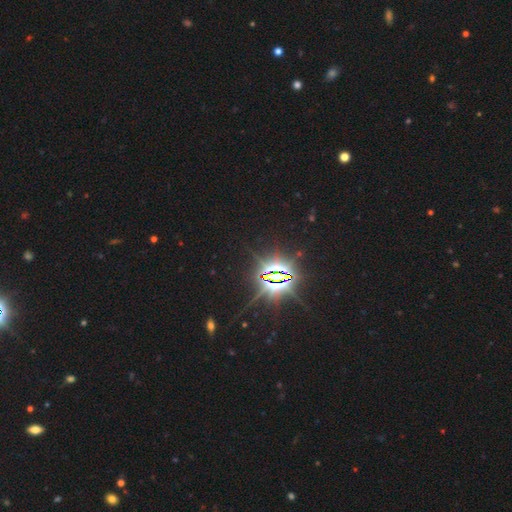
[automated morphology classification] A star or artifact, not a galaxy (86%).

Vote fractions:
- Smooth or featured? star or artifact: 86% / smooth: 8% / featured or disk: 6%